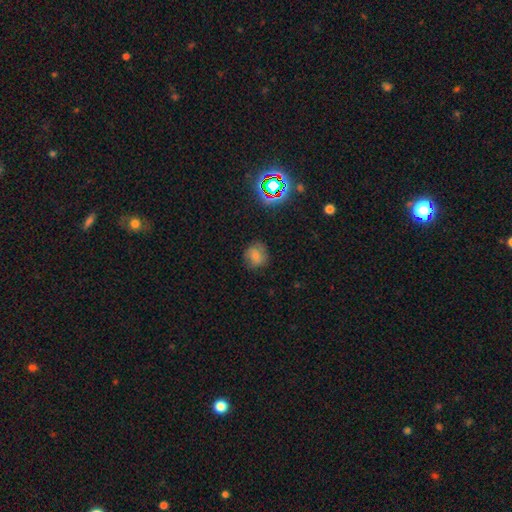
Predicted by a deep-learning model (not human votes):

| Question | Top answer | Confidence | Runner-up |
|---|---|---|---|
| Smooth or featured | smooth | 71% | star or artifact (16%) |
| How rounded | round | 82% | in between (17%) |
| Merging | none | 77% | minor disturbance (17%) |